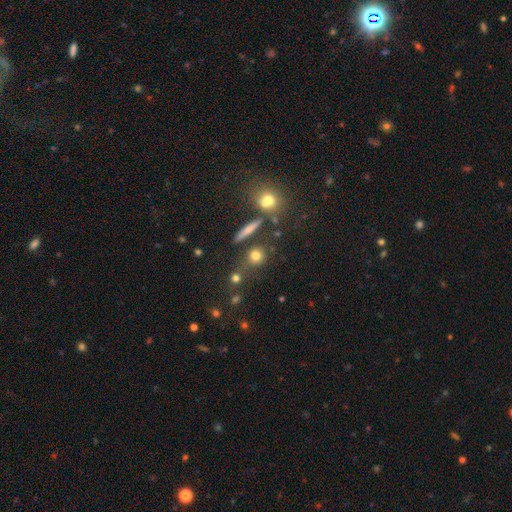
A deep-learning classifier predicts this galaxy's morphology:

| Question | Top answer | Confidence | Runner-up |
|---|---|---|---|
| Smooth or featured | smooth | 75% | star or artifact (15%) |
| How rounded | round | 80% | in between (13%) |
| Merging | none | 72% | merger (12%) |